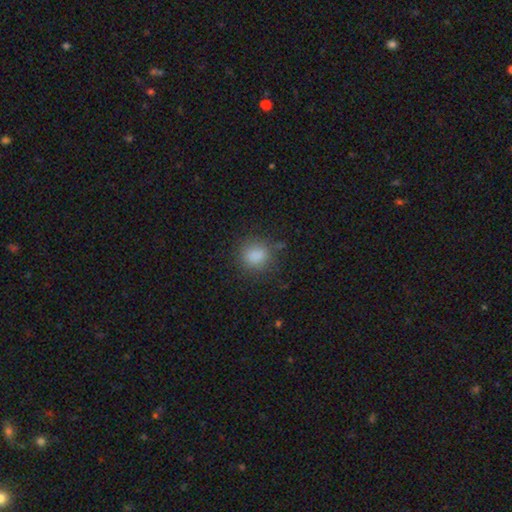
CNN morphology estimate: Smooth or featured? smooth (83%)
How rounded? round (75%)
Merging? none (74%)